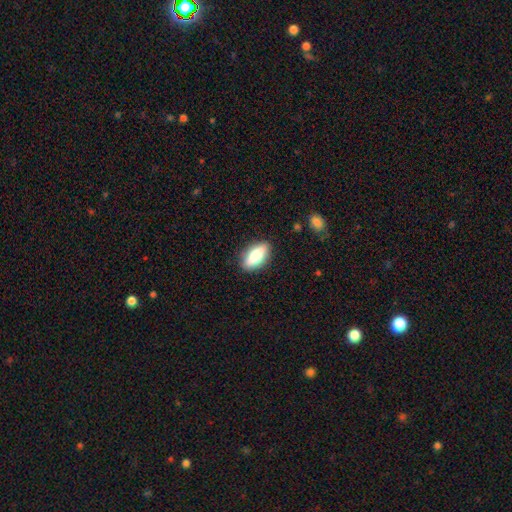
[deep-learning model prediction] A smooth galaxy with no disk features (73%) that is in between round and cigar-shaped (82%).

Vote fractions:
- Smooth or featured? smooth: 73% / featured or disk: 20% / star or artifact: 7%
- How rounded? in between: 82% / cigar-shaped: 15% / round: 4%
- Merging? none: 86% / minor disturbance: 10% / major disturbance: 3% / merger: 1%